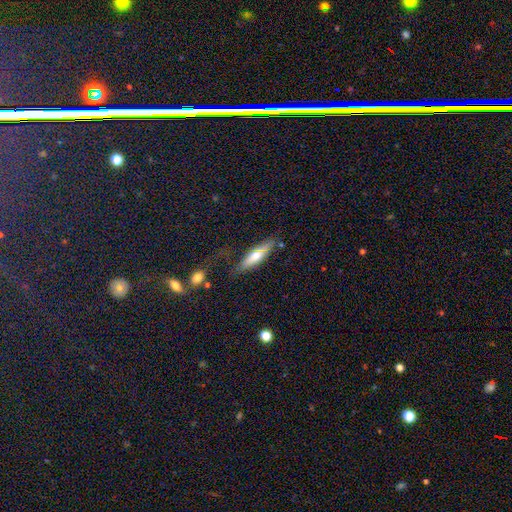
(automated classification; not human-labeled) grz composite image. It shows a smooth galaxy with no disk features (58%) that is cigar-shaped (64%). Merging: none (61%).